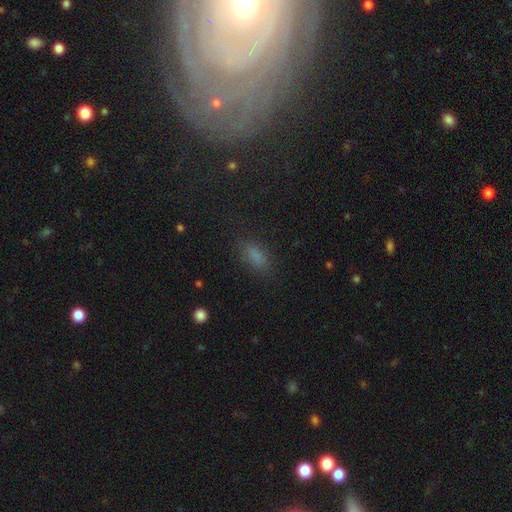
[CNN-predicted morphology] This is likely a smooth galaxy (77%). How rounded: clearly in between (81%). Merging: likely none (80%).